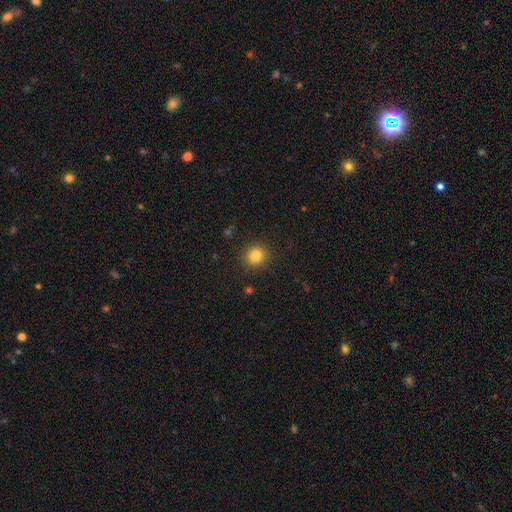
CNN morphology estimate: smooth_or_featured: smooth (p=0.84) [alt: star or artifact p=0.11]
how_rounded: round (p=0.87) [alt: in between p=0.12]
merging: none (p=0.89) [alt: minor disturbance p=0.07]